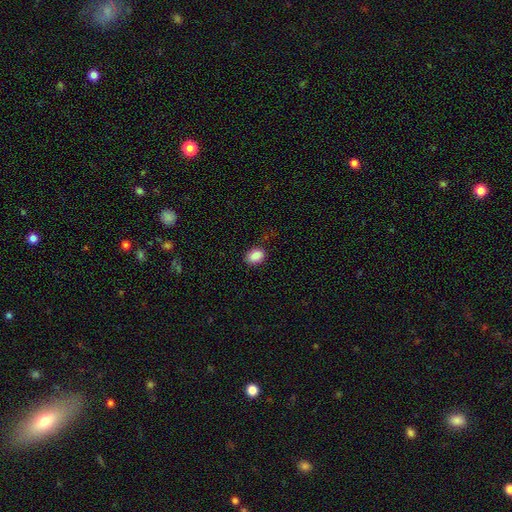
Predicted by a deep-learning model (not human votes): Smooth or featured: smooth — 88% (star or artifact — 8%)
How rounded: in between — 77% (round — 22%)
Merging: none — 80% (minor disturbance — 15%)